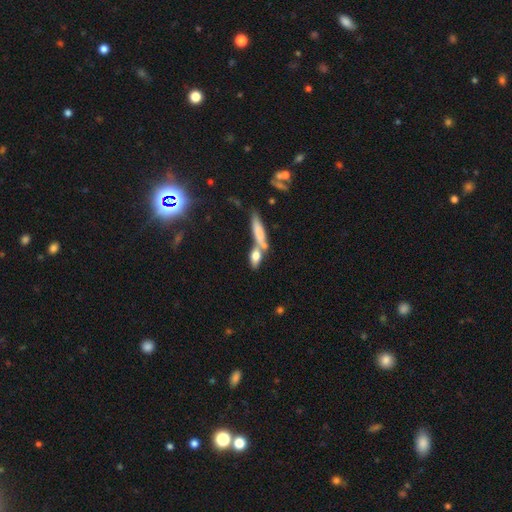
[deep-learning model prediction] smooth_or_featured: smooth (p=0.73) [alt: featured or disk p=0.19]
how_rounded: in between (p=0.62) [alt: cigar-shaped p=0.31]
merging: none (p=0.45) [alt: merger p=0.40]